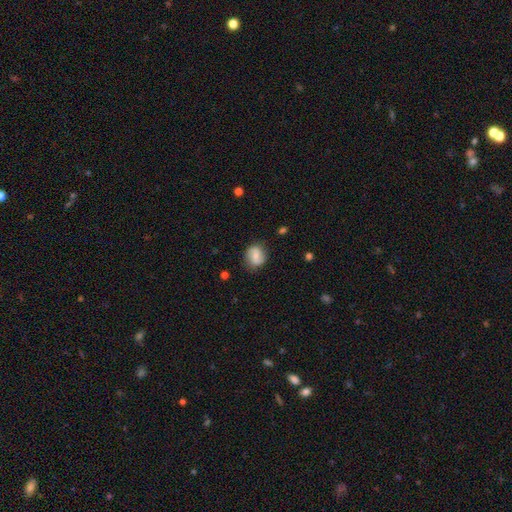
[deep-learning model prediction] smooth-or-featured: smooth: 54% | featured or disk: 38% | star or artifact: 8%
  how-rounded: round: 72% | in between: 27% | cigar-shaped: 1%
  merging: none: 79% | minor disturbance: 16% | major disturbance: 4% | merger: 2%